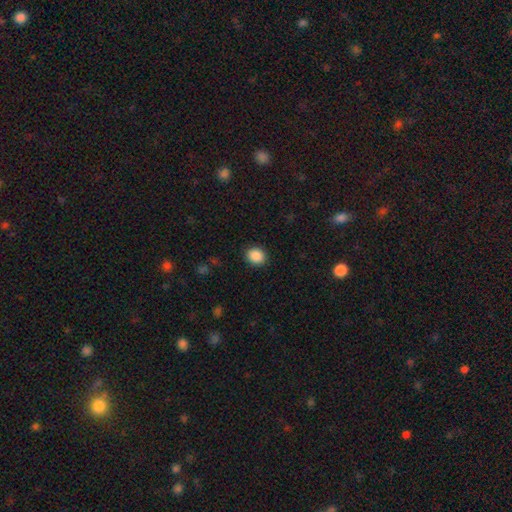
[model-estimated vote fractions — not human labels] Q: Smooth or featured?
A: smooth (89%); runner-up: star or artifact (9%)
Q: How rounded?
A: round (72%); runner-up: in between (27%)
Q: Merging?
A: none (90%); runner-up: minor disturbance (7%)